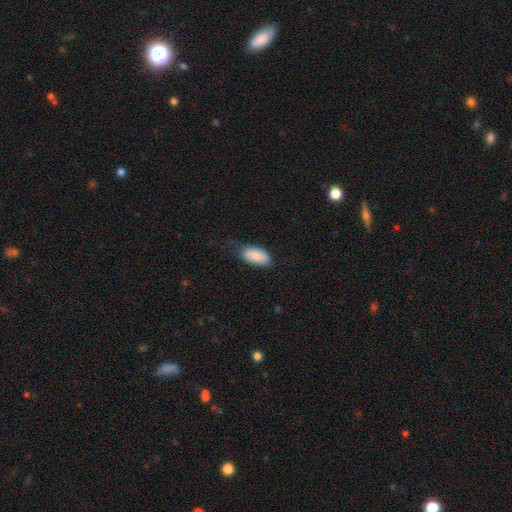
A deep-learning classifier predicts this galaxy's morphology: Overall: smooth (80%). How rounded: in between (93%). Merging: none (54%; minor disturbance 34%).